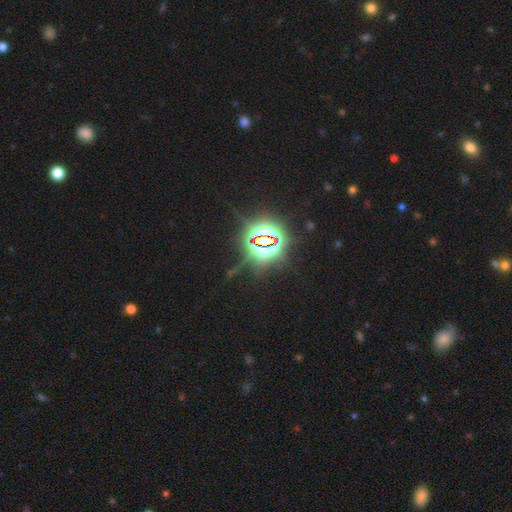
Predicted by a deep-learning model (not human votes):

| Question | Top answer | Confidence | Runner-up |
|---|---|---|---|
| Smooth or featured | star or artifact | 83% | smooth (11%) |